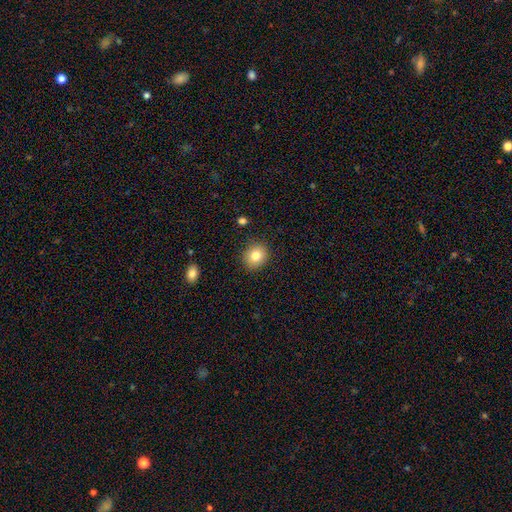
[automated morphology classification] Smooth or featured?
  - smooth: 81% *
  - star or artifact: 10%
  - featured or disk: 10%
How rounded?
  - round: 77% *
  - in between: 22%
  - cigar-shaped: 1%
Merging?
  - none: 89% *
  - minor disturbance: 7%
  - major disturbance: 2%
  - merger: 1%